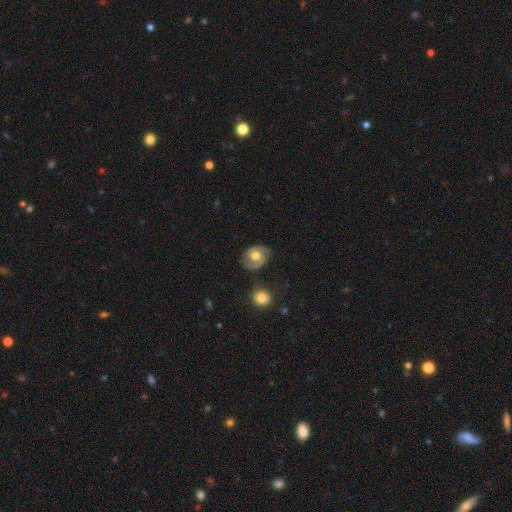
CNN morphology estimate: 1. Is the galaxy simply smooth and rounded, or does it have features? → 47% featured or disk, 45% smooth, 7% star or artifact.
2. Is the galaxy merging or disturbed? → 69% none, 21% minor disturbance, 7% major disturbance, 3% merger.